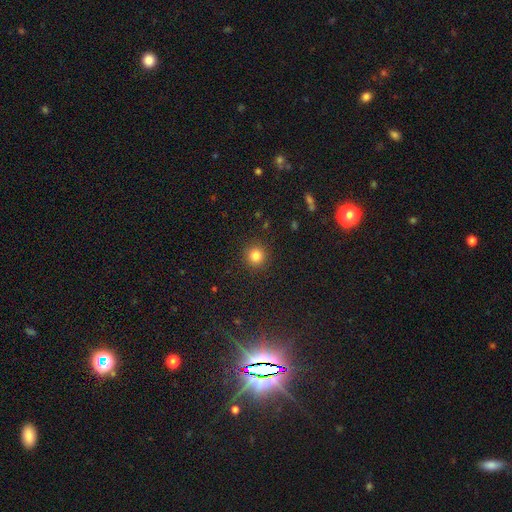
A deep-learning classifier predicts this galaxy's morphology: A smooth galaxy with no disk features (83%) that is round (94%).

Vote fractions:
- Smooth or featured? smooth: 83% / star or artifact: 12% / featured or disk: 5%
- How rounded? round: 94% / in between: 5% / cigar-shaped: 1%
- Merging? none: 91% / minor disturbance: 5% / major disturbance: 2% / merger: 1%